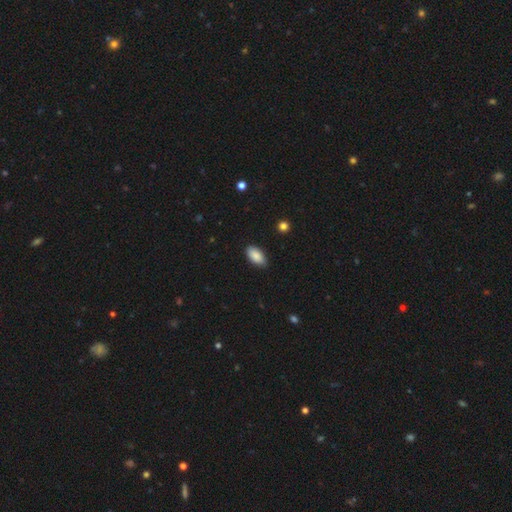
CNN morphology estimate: type=smooth (89%); roundness=in between (94%); merging=none (87%).